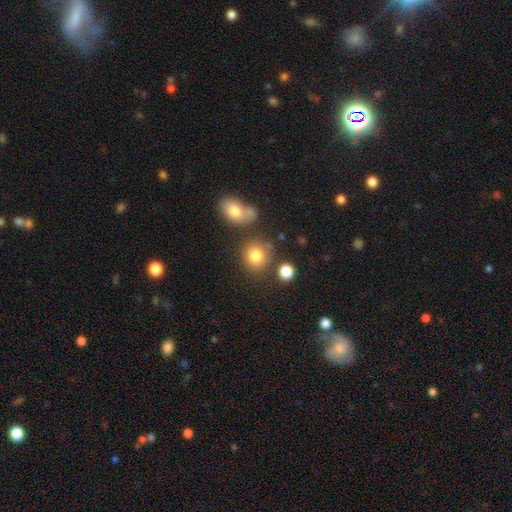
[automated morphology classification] A smooth galaxy with no disk features (80%) that is round (79%).

Vote fractions:
- Smooth or featured? smooth: 80% / star or artifact: 11% / featured or disk: 8%
- How rounded? round: 79% / in between: 20% / cigar-shaped: 1%
- Merging? none: 70% / minor disturbance: 13% / merger: 12% / major disturbance: 5%